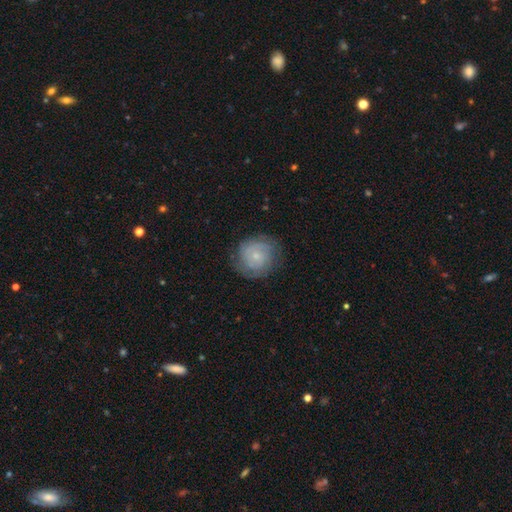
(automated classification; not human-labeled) featured or disk 62%, smooth 30%, star or artifact 8%. Down the decision tree: edge-on disk — no (98%); bar — no (78%); spiral arms — yes (88%); spiral arm count — 2 (46%); spiral winding — tight (70%); bulge size — small (76%); merging — none (78%).